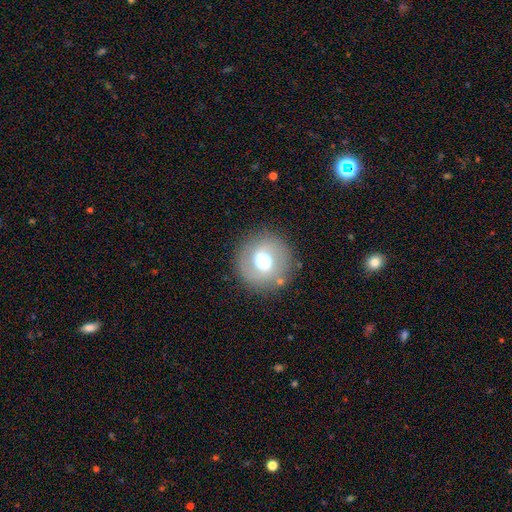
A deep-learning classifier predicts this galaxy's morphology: smooth 59%, featured or disk 29%, star or artifact 13%. Down the decision tree: how rounded — round (93%); merging — none (84%).